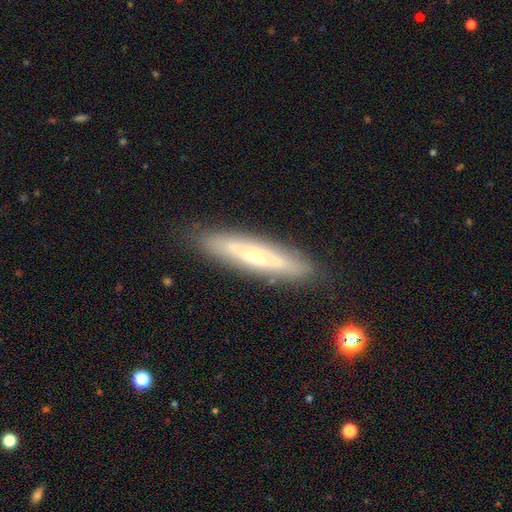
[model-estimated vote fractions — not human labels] The model was most divided on "smooth or featured": featured or disk: 56%, smooth: 37%, star or artifact: 7%. More confident: merging — none (85%); edge-on disk — yes (66%).